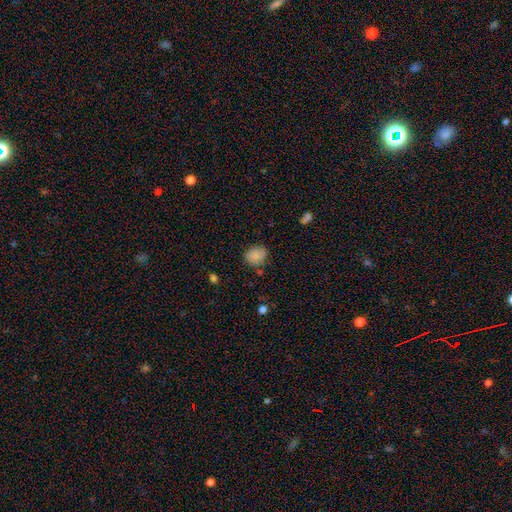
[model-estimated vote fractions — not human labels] Q: Smooth or featured?
A: smooth (81%); runner-up: featured or disk (10%)
Q: How rounded?
A: round (55%); runner-up: in between (44%)
Q: Merging?
A: none (70%); runner-up: minor disturbance (22%)